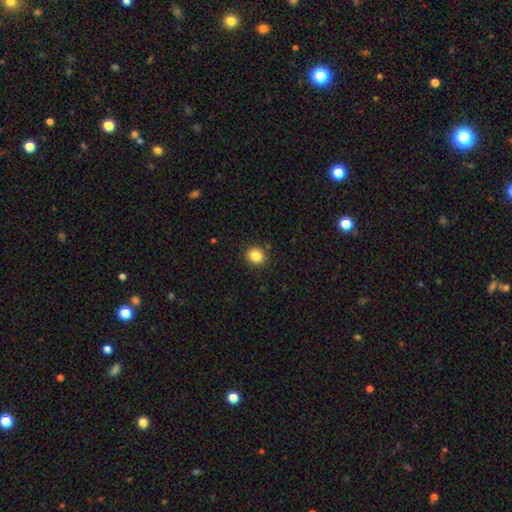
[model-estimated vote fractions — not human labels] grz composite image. It shows a smooth galaxy with no disk features (84%) that is round (80%). Merging: none (89%).